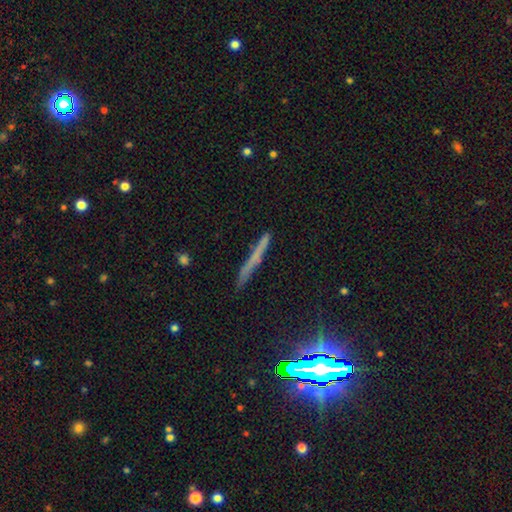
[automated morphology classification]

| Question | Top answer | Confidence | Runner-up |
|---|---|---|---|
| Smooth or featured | smooth | 45% | featured or disk (37%) |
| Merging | none | 82% | minor disturbance (13%) |